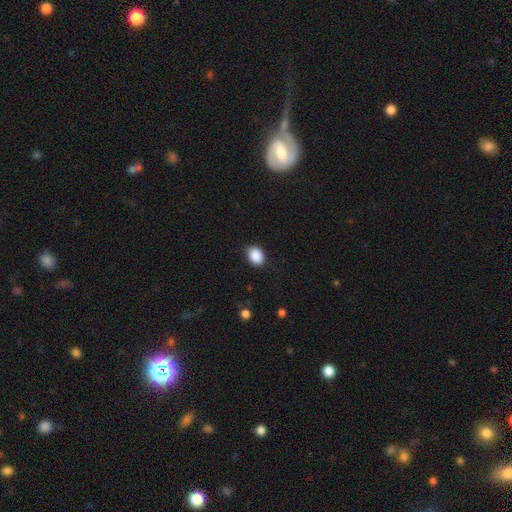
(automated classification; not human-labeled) smooth-or-featured: smooth: 89% | star or artifact: 8% | featured or disk: 3%
  how-rounded: in between: 66% | round: 33% | cigar-shaped: 1%
  merging: none: 85% | minor disturbance: 12% | major disturbance: 3% | merger: 1%